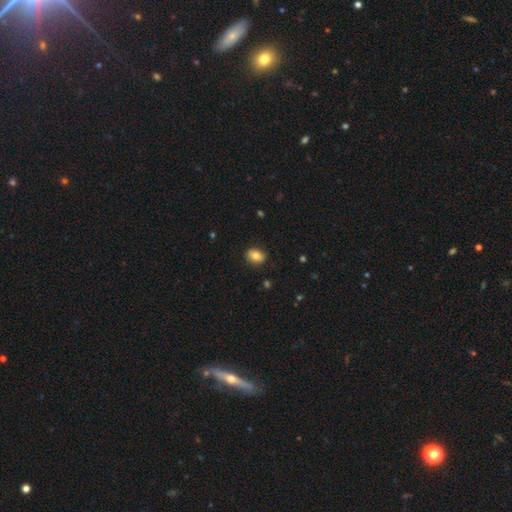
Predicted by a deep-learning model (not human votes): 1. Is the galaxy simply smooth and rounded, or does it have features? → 76% smooth, 15% featured or disk, 9% star or artifact.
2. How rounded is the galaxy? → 56% in between, 43% round, 1% cigar-shaped.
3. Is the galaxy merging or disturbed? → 84% none, 12% minor disturbance, 3% major disturbance, 1% merger.